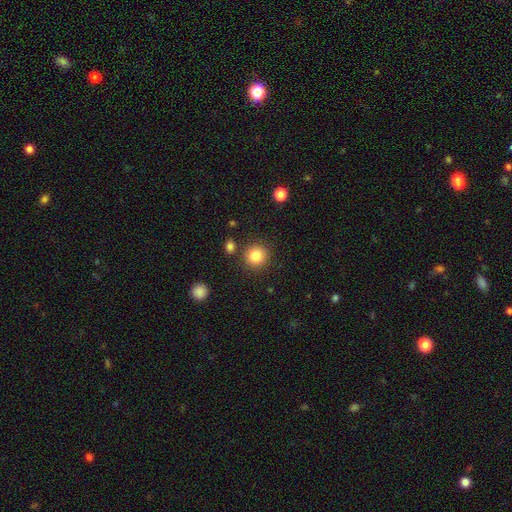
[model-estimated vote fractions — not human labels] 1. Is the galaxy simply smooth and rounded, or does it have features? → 84% smooth, 10% star or artifact, 6% featured or disk.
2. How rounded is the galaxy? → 92% round, 7% in between, 1% cigar-shaped.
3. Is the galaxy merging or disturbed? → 86% none, 7% minor disturbance, 4% merger, 3% major disturbance.